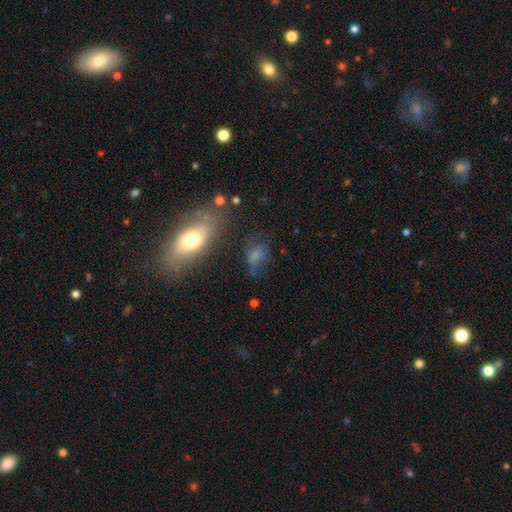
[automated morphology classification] Smooth or featured? smooth (65%)
How rounded? in between (72%)
Merging? none (44%)